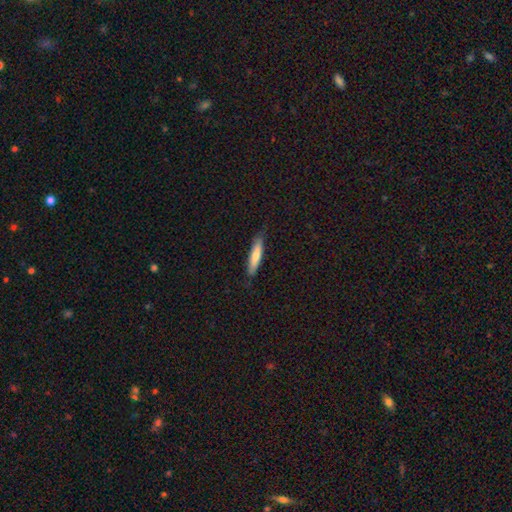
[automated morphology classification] This appears to be a smooth galaxy with no disk features (72%) that is cigar-shaped (82%). Merging: none (83%).